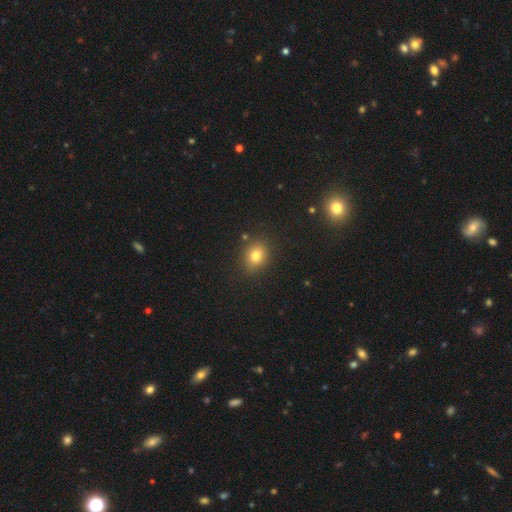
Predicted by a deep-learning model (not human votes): Smooth or featured?
  - smooth: 79% *
  - star or artifact: 13%
  - featured or disk: 8%
How rounded?
  - round: 51% *
  - in between: 48%
  - cigar-shaped: 1%
Merging?
  - none: 84% *
  - minor disturbance: 10%
  - major disturbance: 3%
  - merger: 3%